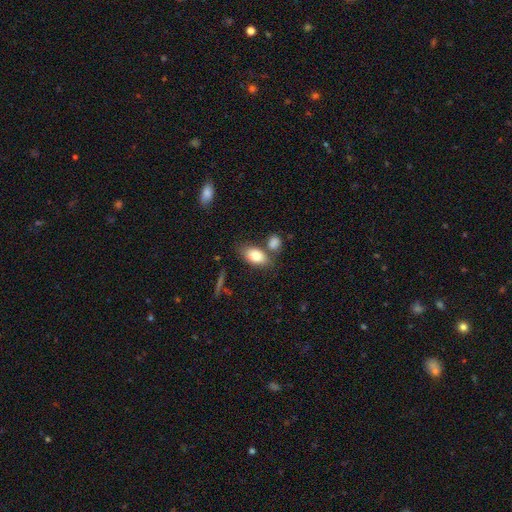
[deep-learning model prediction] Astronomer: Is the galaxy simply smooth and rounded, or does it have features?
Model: smooth — 81%.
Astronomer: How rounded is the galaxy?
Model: in between — 89%.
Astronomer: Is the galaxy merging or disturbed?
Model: none — 62%.